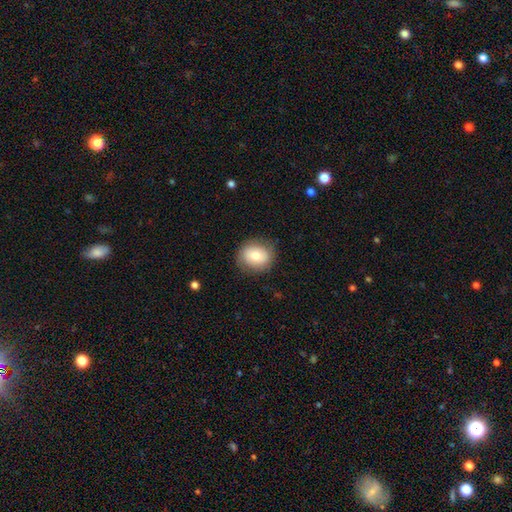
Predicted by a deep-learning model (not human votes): A smooth galaxy with no disk features (73%) that is round (72%). Merging: none (82%).